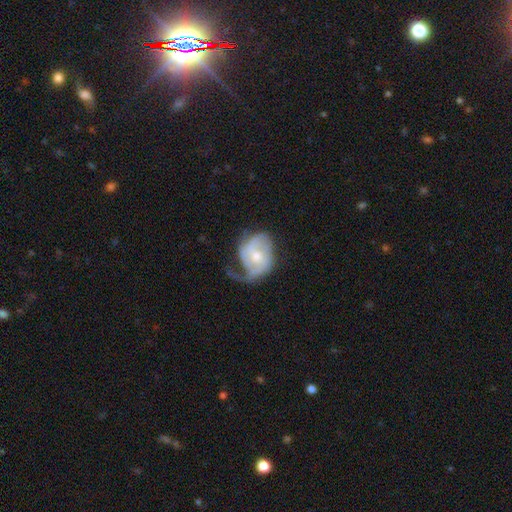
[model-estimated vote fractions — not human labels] Smooth or featured? Predicted: featured or disk (p=0.74). Edge-on disk? Predicted: no (p=0.97). Bar? Predicted: no (p=0.58). Spiral arms? Predicted: yes (p=0.87). Spiral winding? Predicted: medium (p=0.40). Spiral arm count? Predicted: 2 (p=0.47). Bulge size? Predicted: moderate (p=0.55). Merging? Predicted: major disturbance (p=0.38).